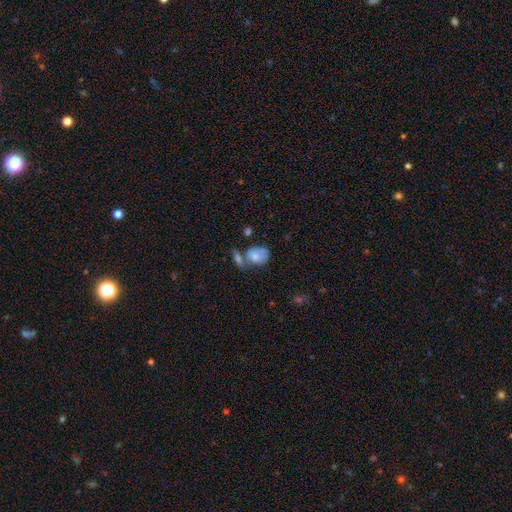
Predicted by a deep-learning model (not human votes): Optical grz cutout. It shows a smooth galaxy with no disk features (70%) that is in between round and cigar-shaped (72%). Merging: merger (40%).